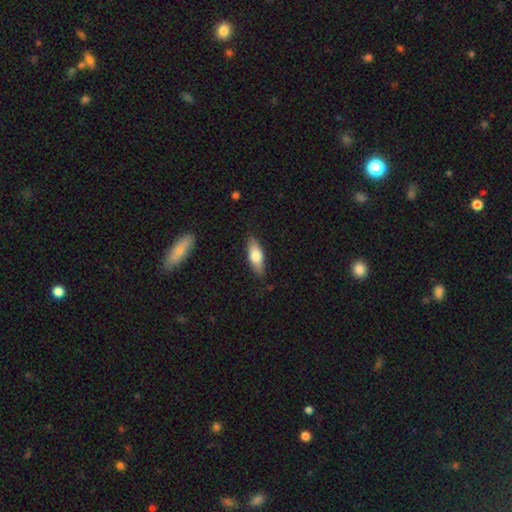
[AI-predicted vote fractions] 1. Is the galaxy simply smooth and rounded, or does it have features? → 67% smooth, 27% featured or disk, 6% star or artifact.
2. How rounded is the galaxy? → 68% in between, 30% cigar-shaped, 3% round.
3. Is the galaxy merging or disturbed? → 85% none, 12% minor disturbance, 2% major disturbance, 1% merger.